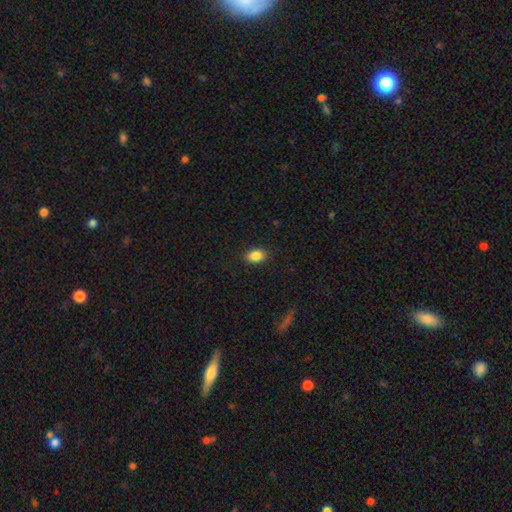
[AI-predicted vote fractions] The model was most divided on "how rounded": in between: 84%, round: 15%, cigar-shaped: 1%. More confident: merging — none (89%); smooth or featured — smooth (87%).